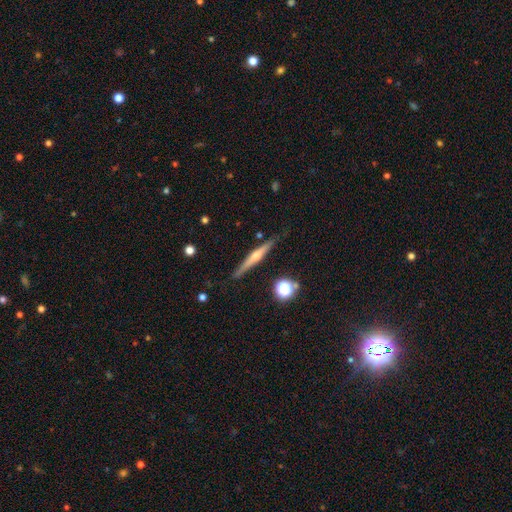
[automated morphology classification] A featured or disk galaxy (66%) viewed edge-on (98%) with a rounded central bulge (81%). Merging: none (87%).